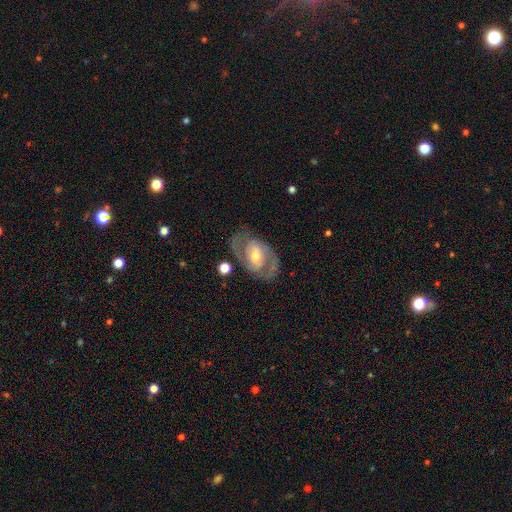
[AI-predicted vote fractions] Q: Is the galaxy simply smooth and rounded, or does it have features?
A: featured or disk — 81%.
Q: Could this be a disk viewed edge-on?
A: no — 96%.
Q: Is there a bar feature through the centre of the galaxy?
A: weak — 42%.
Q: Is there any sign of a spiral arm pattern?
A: yes — 85%.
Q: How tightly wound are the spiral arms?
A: medium — 53%.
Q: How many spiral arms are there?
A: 2 — 87%.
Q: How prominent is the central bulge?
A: moderate — 61%.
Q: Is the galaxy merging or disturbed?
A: none — 76%.